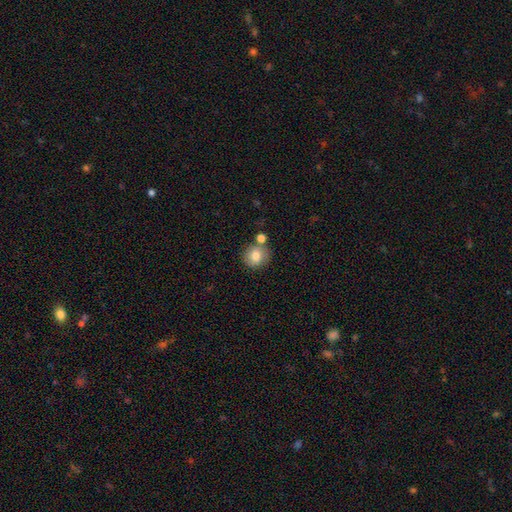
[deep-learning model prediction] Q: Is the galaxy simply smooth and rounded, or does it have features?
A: smooth — 80%.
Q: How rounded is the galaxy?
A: round — 86%.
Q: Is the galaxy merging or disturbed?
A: none — 71%.